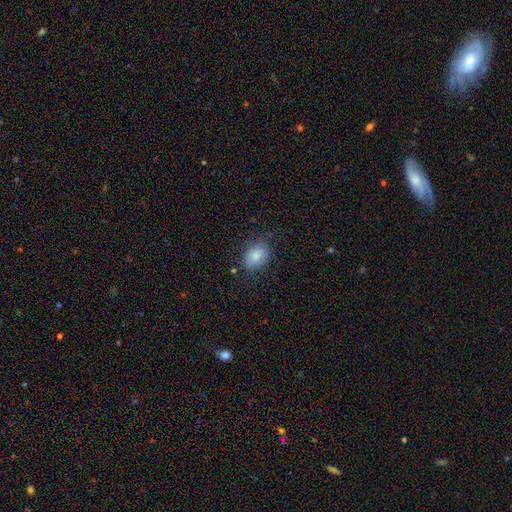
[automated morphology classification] Smooth or featured: smooth — 80% (featured or disk — 12%)
How rounded: in between — 82% (round — 17%)
Merging: none — 70% (minor disturbance — 21%)